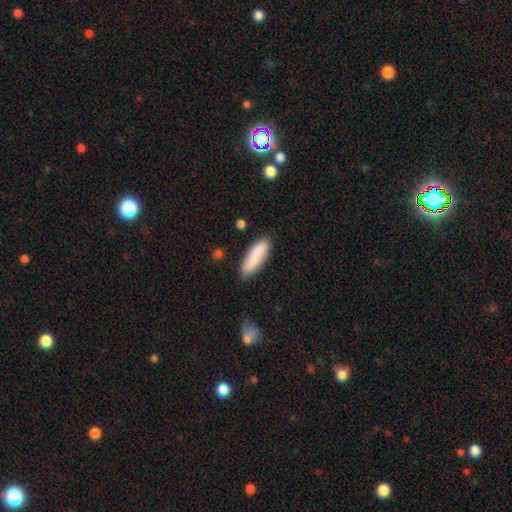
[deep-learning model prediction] Smooth or featured?
  - smooth: 79% *
  - featured or disk: 15%
  - star or artifact: 6%
How rounded?
  - cigar-shaped: 57% *
  - in between: 41%
  - round: 2%
Merging?
  - none: 82% *
  - minor disturbance: 13%
  - major disturbance: 3%
  - merger: 2%